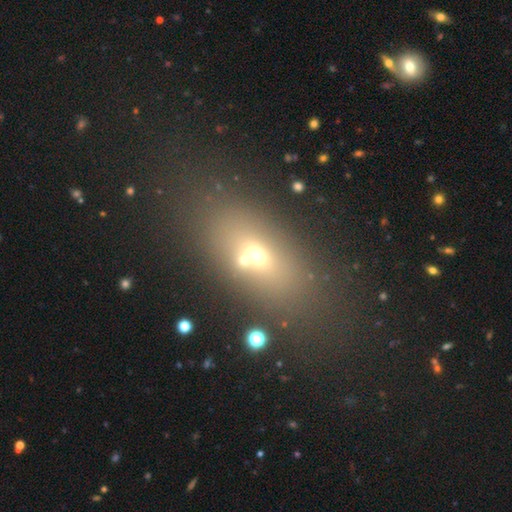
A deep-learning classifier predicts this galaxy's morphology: Smooth or featured? smooth (53%)
How rounded? in between (74%)
Merging? none (59%)